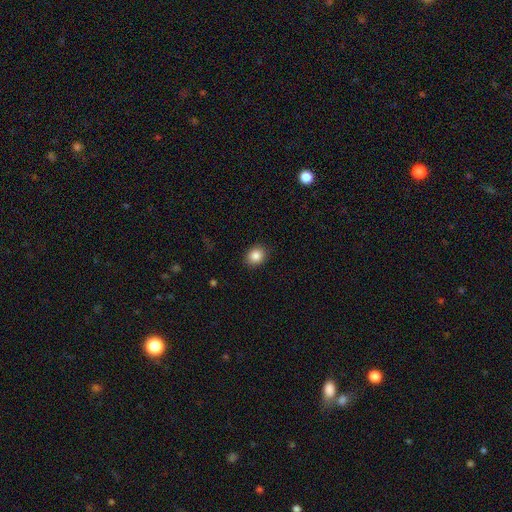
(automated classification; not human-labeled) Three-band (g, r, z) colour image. It shows a smooth galaxy with no disk features (86%) that is round (63%). Merging: none (89%).